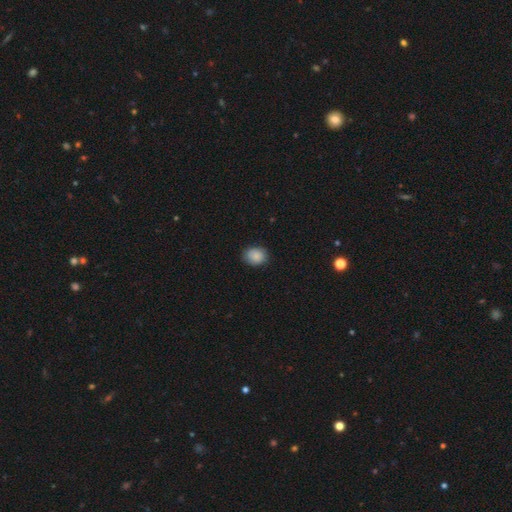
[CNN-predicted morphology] A smooth galaxy with no disk features (87%) that is round (56%).

Vote fractions:
- Smooth or featured? smooth: 87% / star or artifact: 8% / featured or disk: 6%
- How rounded? round: 56% / in between: 43% / cigar-shaped: 1%
- Merging? none: 84% / minor disturbance: 13% / major disturbance: 2% / merger: 1%